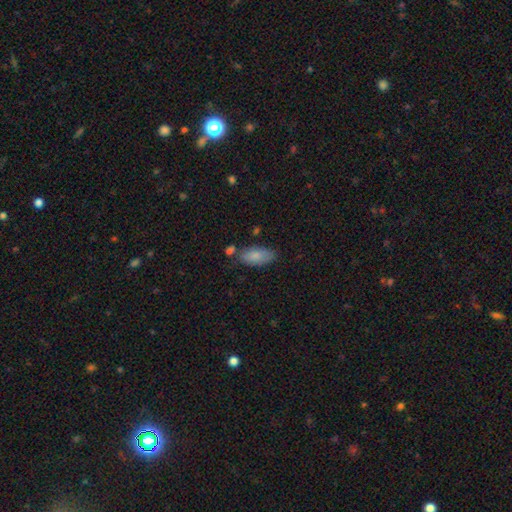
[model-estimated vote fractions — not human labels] Morphology: type=smooth (85%); roundness=in between (87%); merging=none (69%).